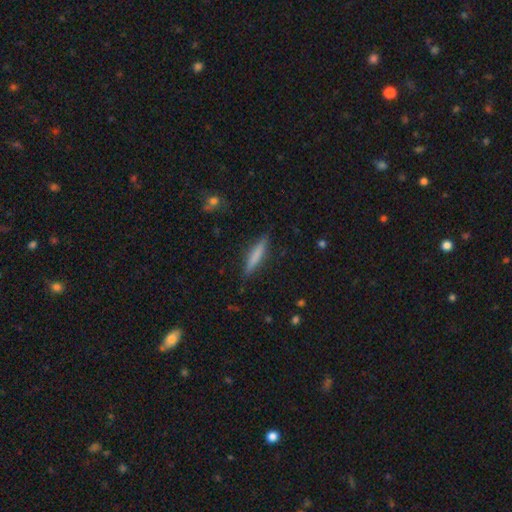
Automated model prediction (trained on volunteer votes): smooth_or_featured: smooth (p=0.69) [alt: featured or disk p=0.25]
how_rounded: cigar-shaped (p=0.88) [alt: in between p=0.11]
merging: none (p=0.87) [alt: minor disturbance p=0.09]